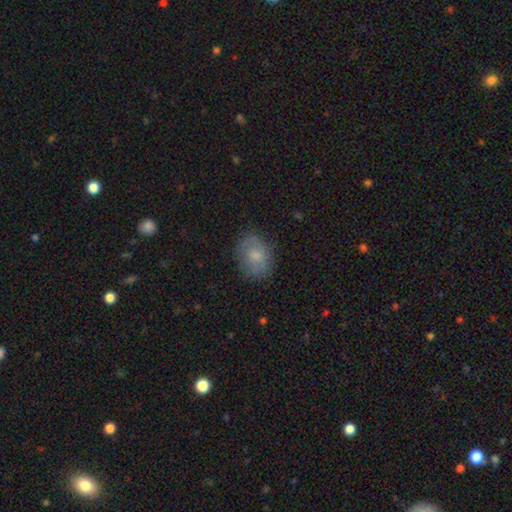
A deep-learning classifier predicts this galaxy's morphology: type=smooth (72%); roundness=in between (66%); merging=none (79%).